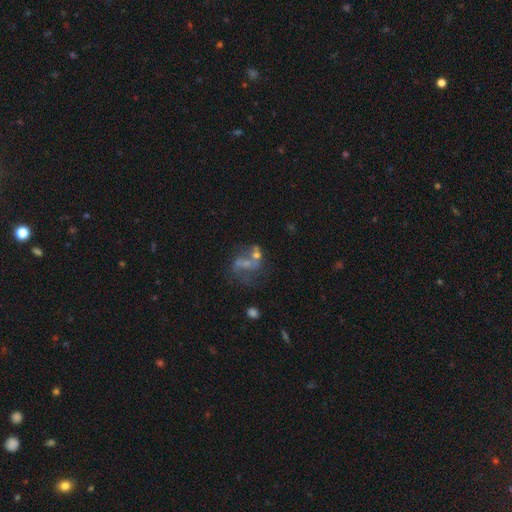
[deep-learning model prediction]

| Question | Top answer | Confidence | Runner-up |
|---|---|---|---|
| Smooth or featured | featured or disk | 52% | smooth (29%) |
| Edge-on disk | no | 96% | yes (4%) |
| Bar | no | 59% | weak (28%) |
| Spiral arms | no | 58% | yes (42%) |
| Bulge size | small | 39% | none (34%) |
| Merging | none | 32% | merger (31%) |